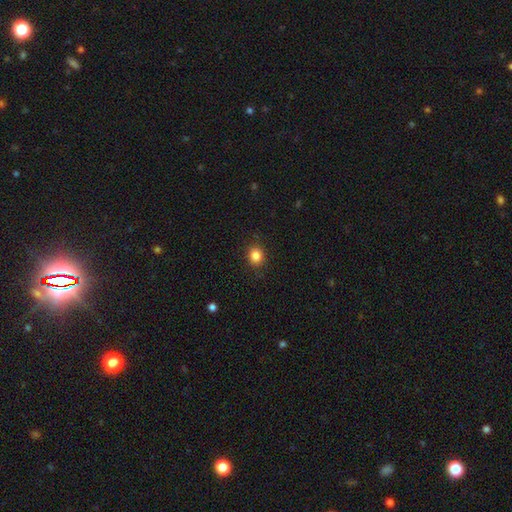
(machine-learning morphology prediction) This is clearly a smooth galaxy (85%). How rounded: likely round (71%). Merging: clearly none (89%).